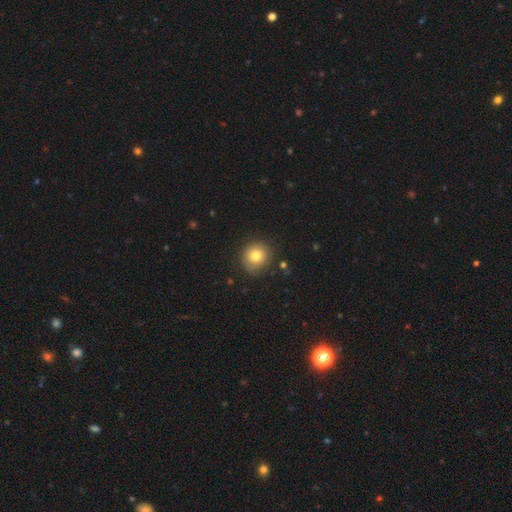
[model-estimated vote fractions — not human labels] Smooth or featured: smooth — 77% (featured or disk — 14%)
How rounded: round — 87% (in between — 12%)
Merging: none — 79% (minor disturbance — 15%)